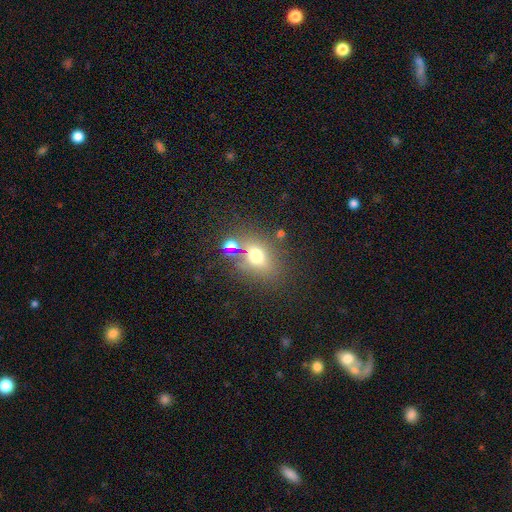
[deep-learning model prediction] Q: Smooth or featured?
A: smooth (63%); runner-up: featured or disk (19%)
Q: How rounded?
A: in between (60%); runner-up: round (37%)
Q: Merging?
A: none (64%); runner-up: merger (15%)